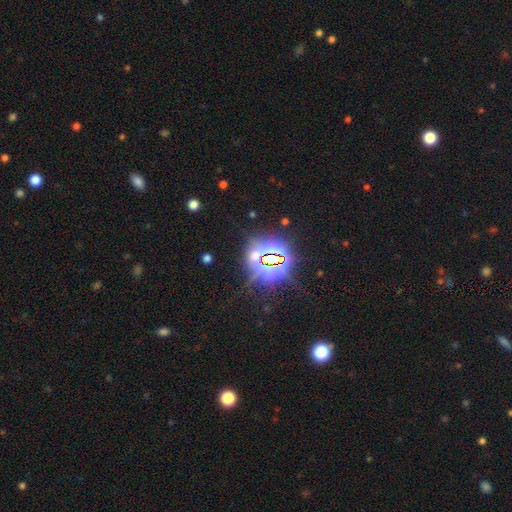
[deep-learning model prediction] Smooth or featured?
  - star or artifact: 77% *
  - smooth: 15%
  - featured or disk: 8%